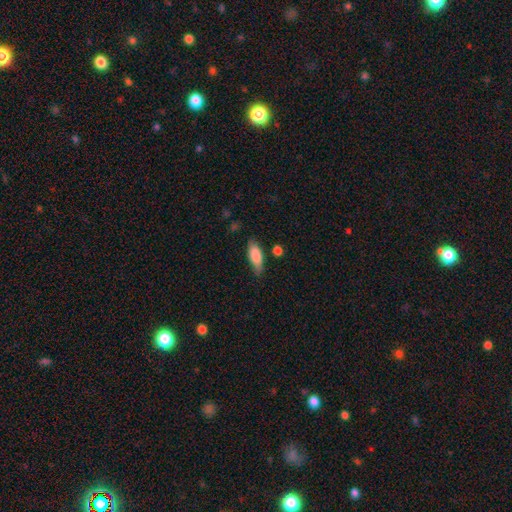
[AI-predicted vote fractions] smooth-or-featured: smooth: 84% | featured or disk: 10% | star or artifact: 6%
  how-rounded: in between: 73% | cigar-shaped: 25% | round: 2%
  merging: none: 68% | minor disturbance: 24% | major disturbance: 5% | merger: 3%